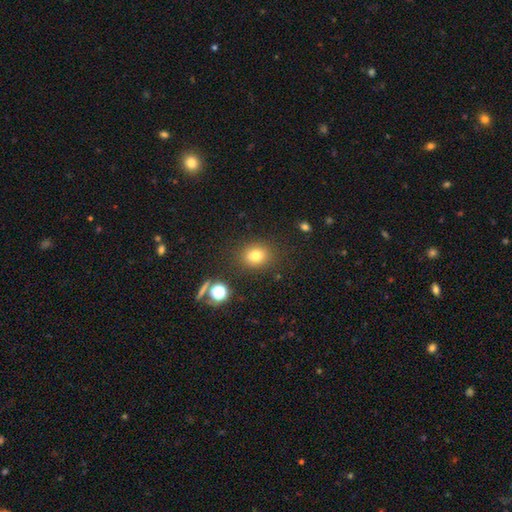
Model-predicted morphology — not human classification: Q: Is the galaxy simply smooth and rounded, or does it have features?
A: smooth — 77%.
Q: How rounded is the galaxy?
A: round — 67%.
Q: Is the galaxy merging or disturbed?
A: none — 84%.